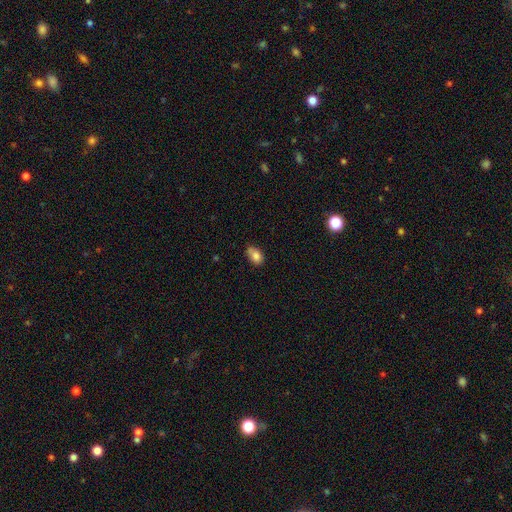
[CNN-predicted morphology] smooth_or_featured: smooth (p=0.83) [alt: star or artifact p=0.09]
how_rounded: in between (p=0.86) [alt: round p=0.12]
merging: none (p=0.65) [alt: minor disturbance p=0.28]